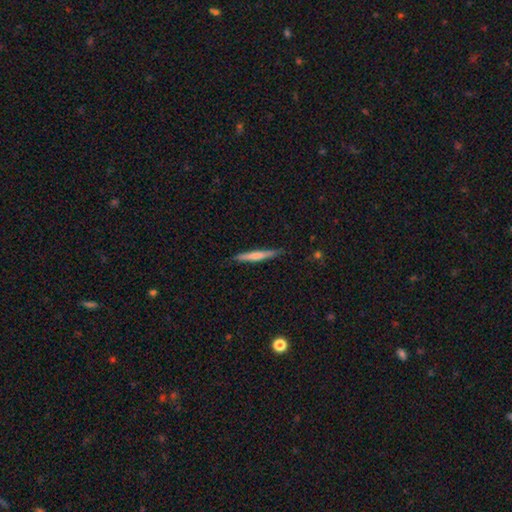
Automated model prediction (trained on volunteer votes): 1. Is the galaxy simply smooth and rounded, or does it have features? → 60% smooth, 34% featured or disk, 6% star or artifact.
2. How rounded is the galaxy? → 95% cigar-shaped, 4% in between, 1% round.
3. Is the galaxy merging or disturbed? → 84% none, 12% minor disturbance, 2% major disturbance, 1% merger.